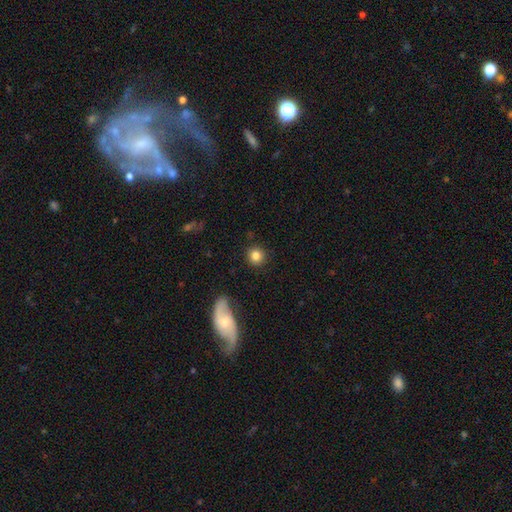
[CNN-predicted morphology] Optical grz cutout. It shows a smooth galaxy with no disk features (83%) that is round (92%). Merging: none (90%).